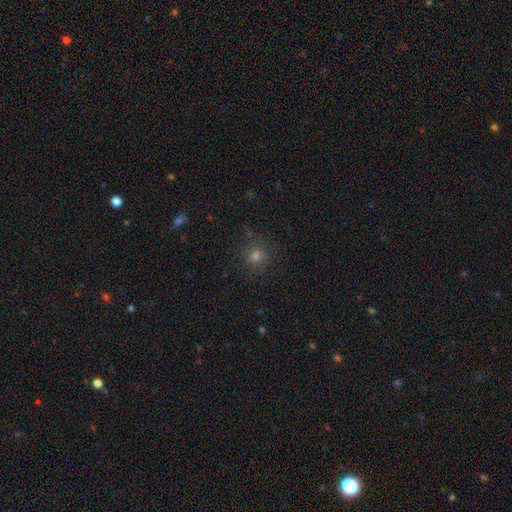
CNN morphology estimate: smooth_or_featured: smooth (p=0.67) [alt: star or artifact p=0.25]
how_rounded: round (p=0.91) [alt: in between p=0.08]
merging: none (p=0.87) [alt: minor disturbance p=0.09]